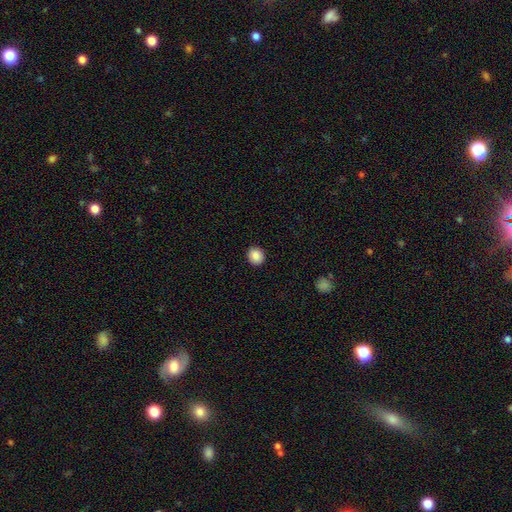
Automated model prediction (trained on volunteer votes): This is clearly a smooth galaxy (88%). How rounded: clearly round (82%). Merging: clearly none (92%).